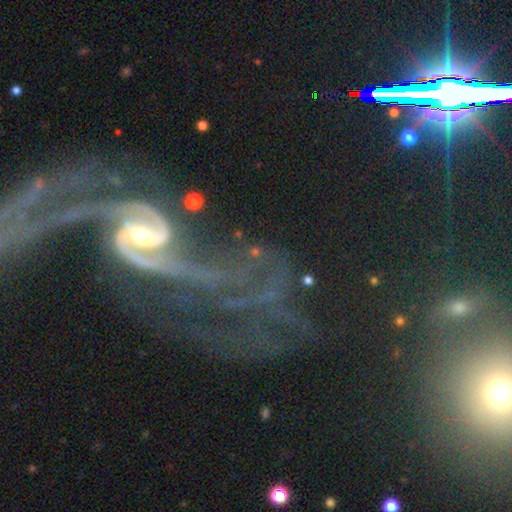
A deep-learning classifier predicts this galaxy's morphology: Overall: featured or disk (70%). Edge-on disk: no (94%). Bar: no (36%; weak 35%). Spiral arms: yes (84%). Spiral arm count: 2 (64%). Spiral winding: medium (40%; loose 34%). Bulge size: moderate (46%; small 40%). Merging: none (42%; major disturbance 30%).